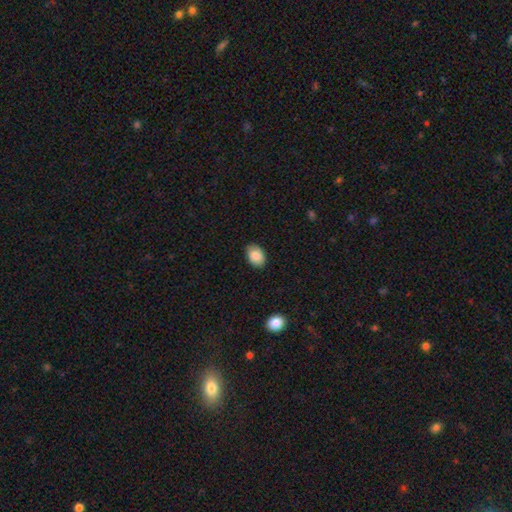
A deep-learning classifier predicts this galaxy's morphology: smooth-or-featured: smooth: 88% | star or artifact: 7% | featured or disk: 5%
  how-rounded: in between: 83% | round: 16% | cigar-shaped: 1%
  merging: none: 87% | minor disturbance: 10% | major disturbance: 2% | merger: 1%